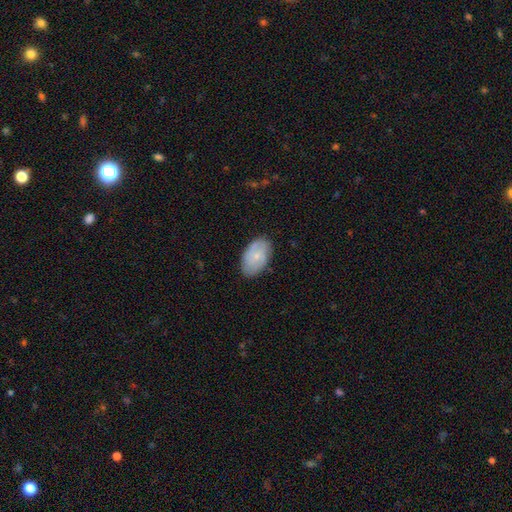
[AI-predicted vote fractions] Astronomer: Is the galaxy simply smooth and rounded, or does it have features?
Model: smooth — 53% (runner-up: featured or disk, 40%).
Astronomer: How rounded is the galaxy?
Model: in between — 92%.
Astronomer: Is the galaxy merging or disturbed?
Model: none — 81%.